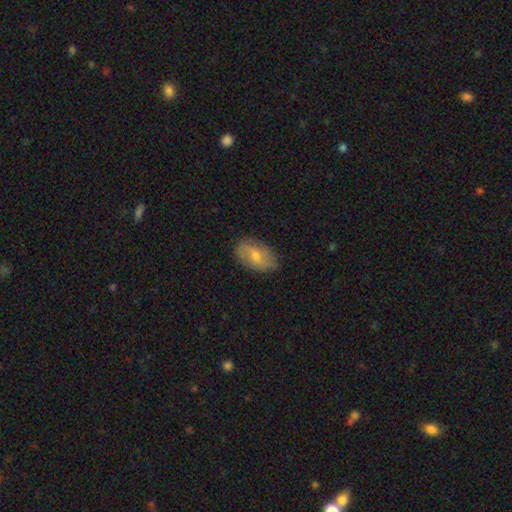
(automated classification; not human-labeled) This is possibly a smooth galaxy (49%). Merging: clearly none (81%).